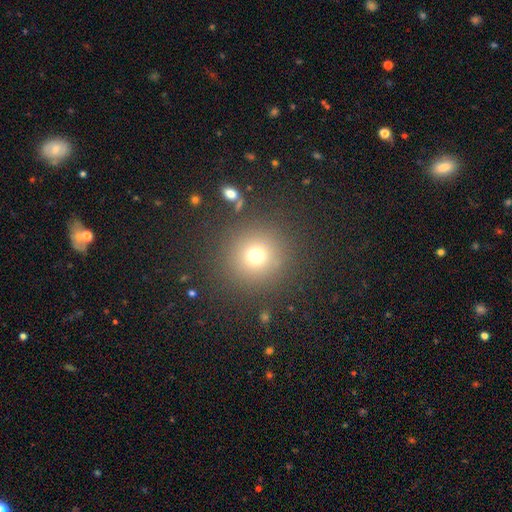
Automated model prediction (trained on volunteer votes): Smooth or featured?
  - smooth: 72% *
  - star or artifact: 18%
  - featured or disk: 9%
How rounded?
  - round: 94% *
  - in between: 5%
  - cigar-shaped: 1%
Merging?
  - none: 88% *
  - minor disturbance: 6%
  - major disturbance: 4%
  - merger: 2%